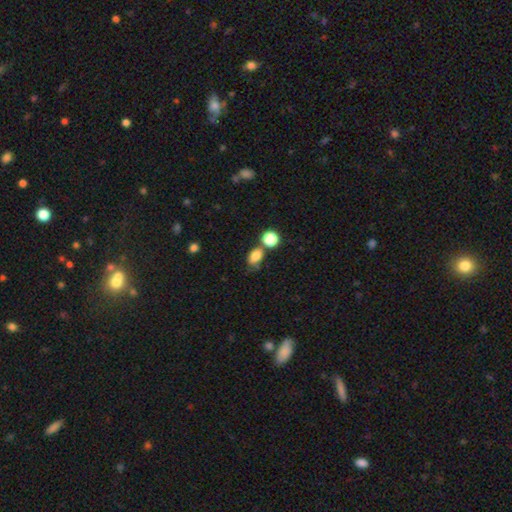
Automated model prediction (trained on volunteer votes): A smooth galaxy with no disk features (81%) that is in between round and cigar-shaped (74%).

Vote fractions:
- Smooth or featured? smooth: 81% / star or artifact: 12% / featured or disk: 7%
- How rounded? in between: 74% / round: 25% / cigar-shaped: 2%
- Merging? none: 54% / merger: 21% / minor disturbance: 18% / major disturbance: 7%